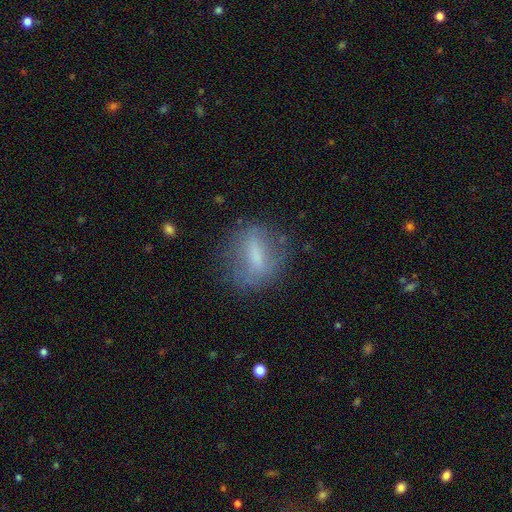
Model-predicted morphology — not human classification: type=smooth (56%); roundness=in between (54%); merging=none (69%).